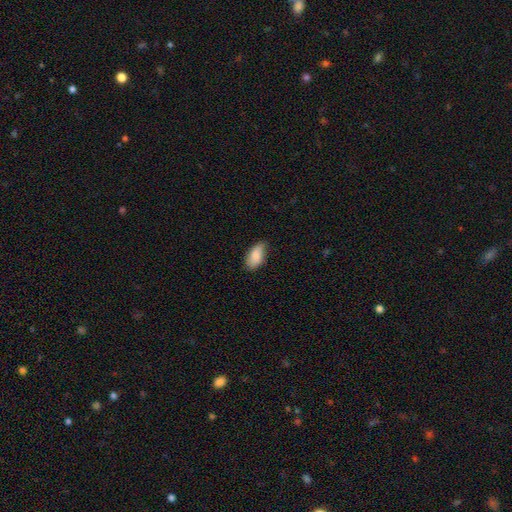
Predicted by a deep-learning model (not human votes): This appears to be a smooth galaxy with no disk features (85%) that is in between round and cigar-shaped (93%). Merging: none (71%).